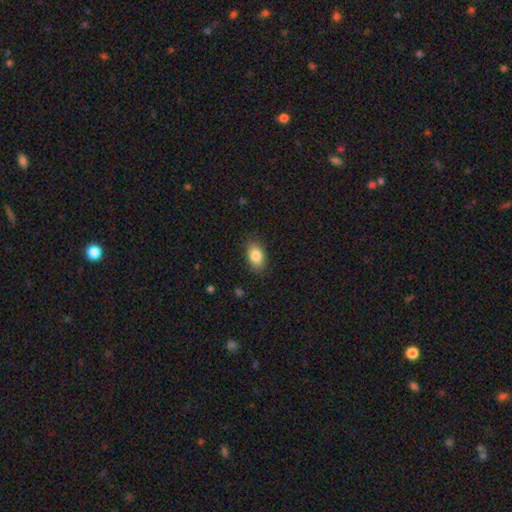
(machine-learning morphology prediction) Smooth or featured? Predicted: smooth (p=0.85). How rounded? Predicted: in between (p=0.90). Merging? Predicted: none (p=0.86).